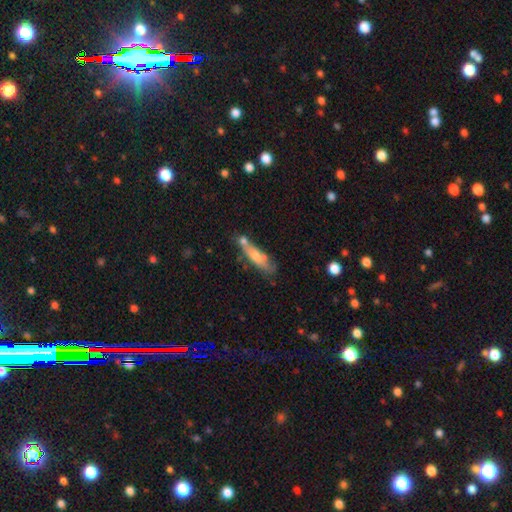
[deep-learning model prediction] This appears to be a smooth galaxy with no disk features (58%) that is cigar-shaped (68%). Merging: none (46%).